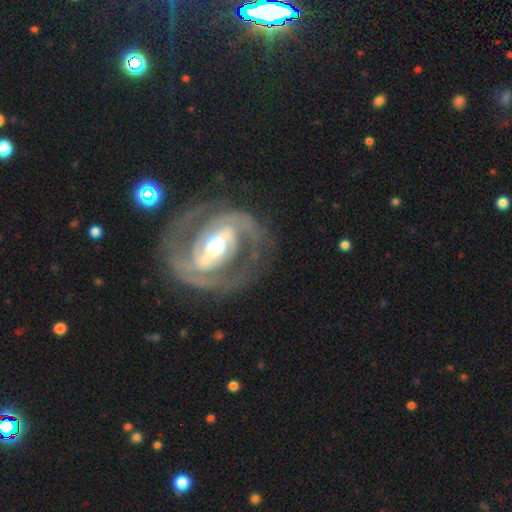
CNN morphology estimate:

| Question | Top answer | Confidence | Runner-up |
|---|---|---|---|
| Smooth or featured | featured or disk | 88% | smooth (7%) |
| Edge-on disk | no | 96% | yes (4%) |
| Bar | strong | 61% | weak (26%) |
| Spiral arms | yes | 89% | no (11%) |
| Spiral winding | tight | 46% | medium (42%) |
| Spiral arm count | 2 | 82% | can't tell (7%) |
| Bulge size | moderate | 61% | small (26%) |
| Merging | none | 72% | minor disturbance (14%) |